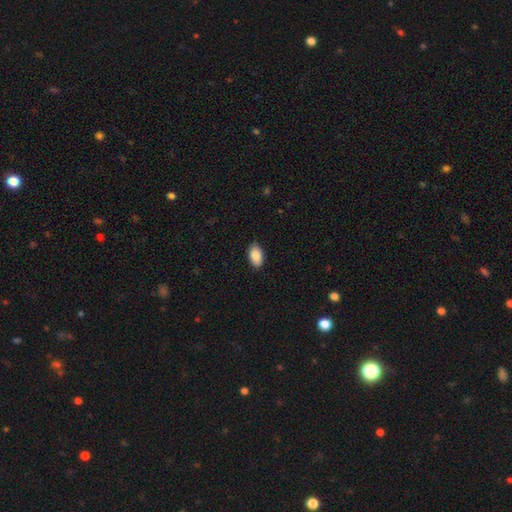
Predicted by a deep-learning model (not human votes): This is clearly a smooth galaxy (89%). How rounded: clearly in between (94%). Merging: clearly none (86%).